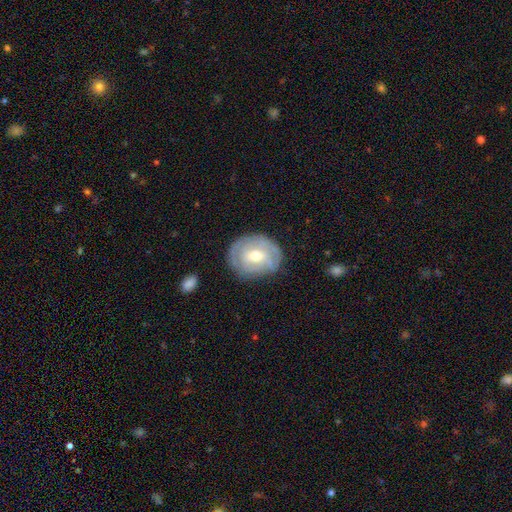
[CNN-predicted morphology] A featured or disk galaxy (62%) with no bar (56%), spiral arms (72%) and a moderate central bulge (62%).

Vote fractions:
- Smooth or featured? featured or disk: 62% / smooth: 31% / star or artifact: 7%
- Edge-on disk? no: 96% / yes: 4%
- Bar? no: 56% / weak: 35% / strong: 9%
- Spiral arms? yes: 72% / no: 28%
- Bulge size? moderate: 62% / small: 33% / large: 3% / none: 1% / dominant: 1%
- Merging? none: 76% / minor disturbance: 17% / major disturbance: 5% / merger: 2%